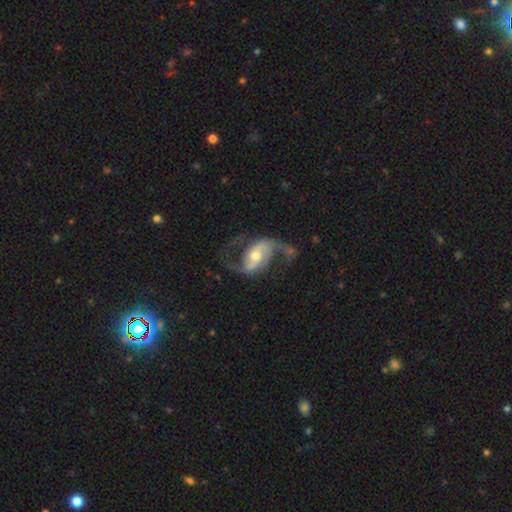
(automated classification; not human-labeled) The model was most divided on "bar": weak: 41%, strong: 32%, no: 28%. More confident: edge-on disk — no (97%); spiral arms — yes (96%); spiral arm count — 2 (92%); smooth or featured — featured or disk (89%); merging — none (66%); spiral winding — loose (61%); bulge size — moderate (59%).